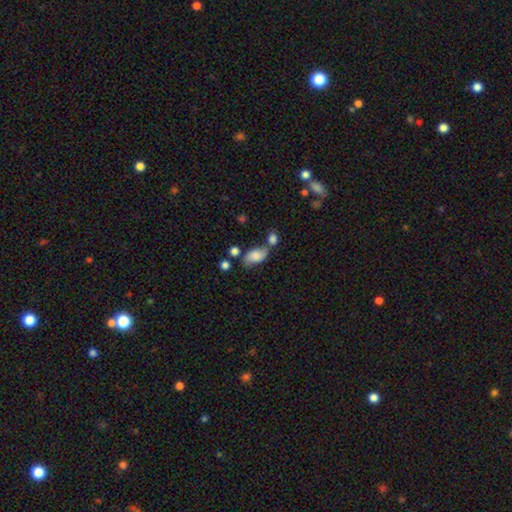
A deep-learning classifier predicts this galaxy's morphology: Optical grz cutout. It shows a smooth galaxy with no disk features (72%) that is in between round and cigar-shaped (90%). Merging: none (48%).